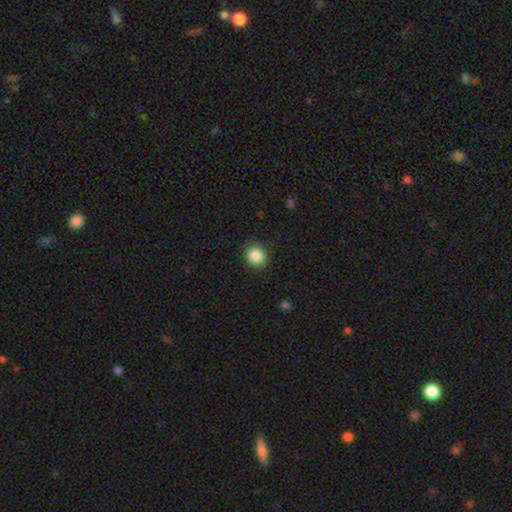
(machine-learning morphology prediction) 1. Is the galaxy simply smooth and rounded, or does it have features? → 86% smooth, 9% star or artifact, 5% featured or disk.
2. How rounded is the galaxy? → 78% round, 21% in between, 1% cigar-shaped.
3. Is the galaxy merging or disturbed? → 89% none, 8% minor disturbance, 2% major disturbance, 1% merger.